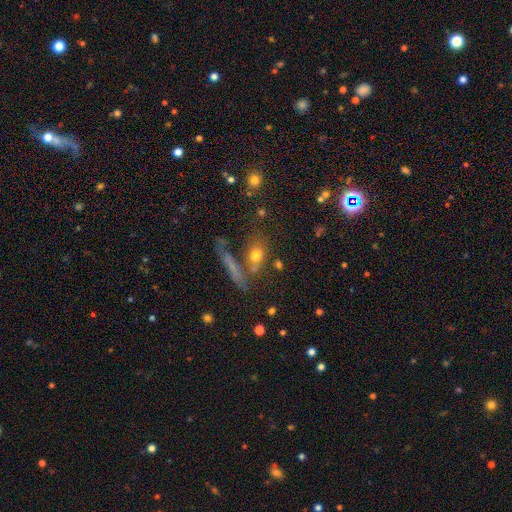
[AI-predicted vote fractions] Smooth or featured?
  - smooth: 71% *
  - featured or disk: 16%
  - star or artifact: 13%
How rounded?
  - in between: 45% *
  - round: 41%
  - cigar-shaped: 15%
Merging?
  - none: 55% *
  - merger: 21%
  - minor disturbance: 14%
  - major disturbance: 9%